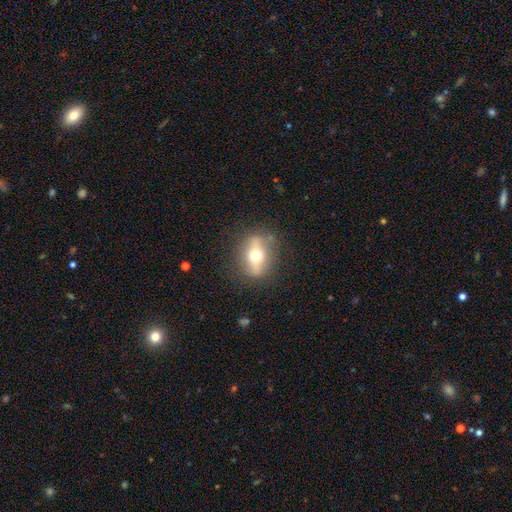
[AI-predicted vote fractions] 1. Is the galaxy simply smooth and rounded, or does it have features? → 50% featured or disk, 41% smooth, 9% star or artifact.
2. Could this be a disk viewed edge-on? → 52% no, 48% yes.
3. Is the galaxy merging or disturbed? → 81% none, 13% minor disturbance, 5% major disturbance, 1% merger.